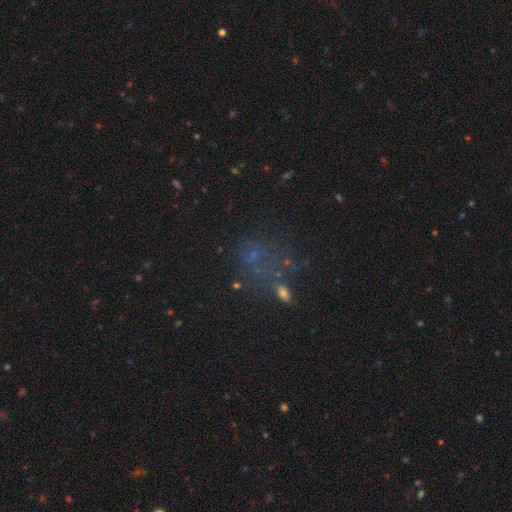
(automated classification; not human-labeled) smooth_or_featured: star or artifact (p=0.43) [alt: smooth p=0.33]